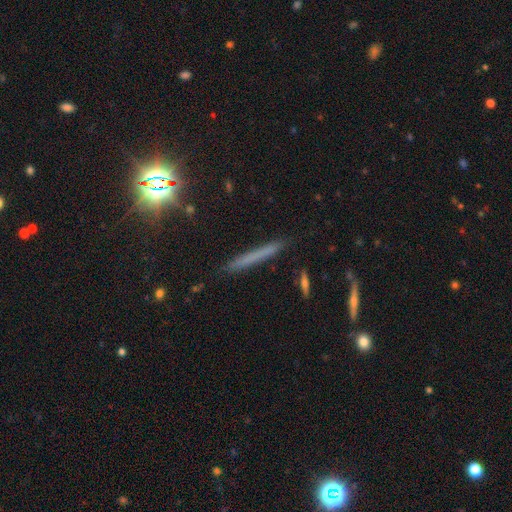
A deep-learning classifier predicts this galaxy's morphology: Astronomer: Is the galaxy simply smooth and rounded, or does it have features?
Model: smooth — 52% (runner-up: featured or disk, 30%).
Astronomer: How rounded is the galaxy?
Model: cigar-shaped — 94%.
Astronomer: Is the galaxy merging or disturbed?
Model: none — 87%.